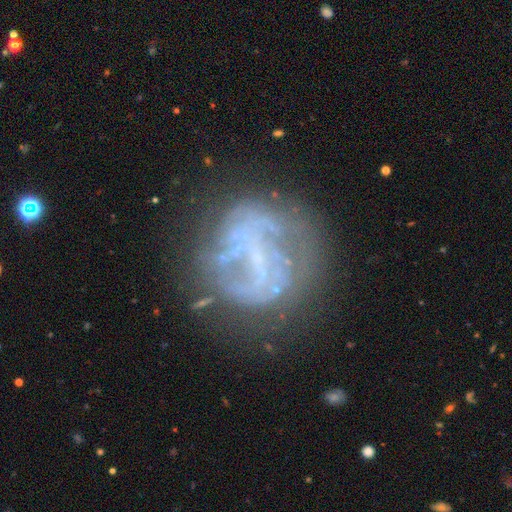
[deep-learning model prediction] Q: Smooth or featured?
A: featured or disk (69%); runner-up: smooth (18%)
Q: Edge-on disk?
A: no (97%); runner-up: yes (3%)
Q: Bar?
A: no (47%); runner-up: weak (33%)
Q: Spiral arms?
A: no (53%); runner-up: yes (47%)
Q: Bulge size?
A: none (53%); runner-up: small (38%)
Q: Merging?
A: none (60%); runner-up: major disturbance (19%)